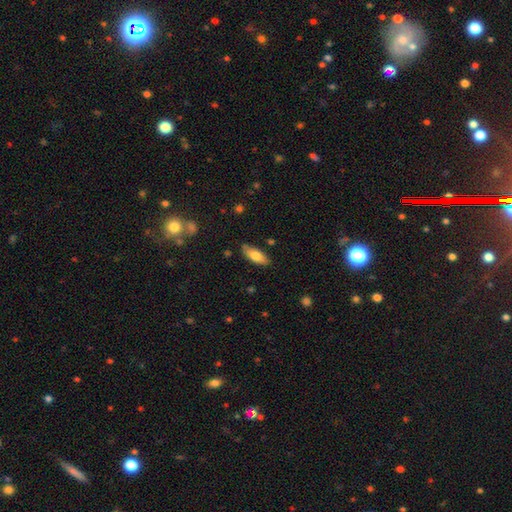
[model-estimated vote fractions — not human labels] Smooth or featured? smooth (76%)
How rounded? in between (77%)
Merging? none (82%)